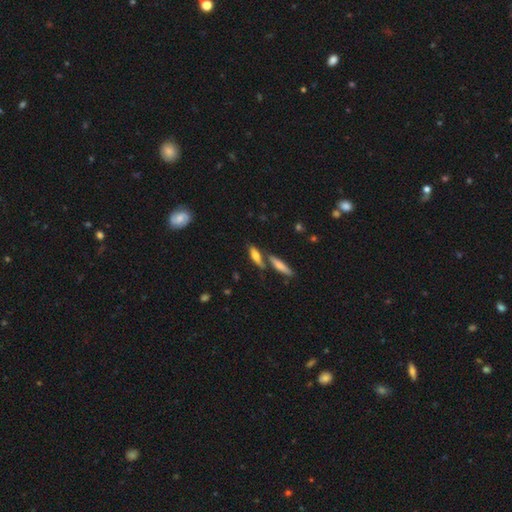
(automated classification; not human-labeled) A smooth galaxy with no disk features (60%) that is cigar-shaped (53%). Merging: none (61%).